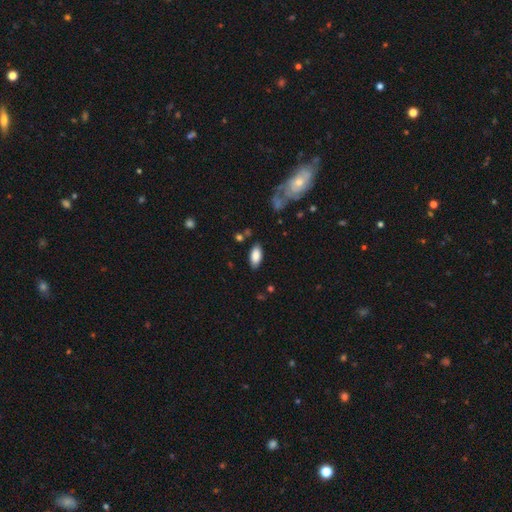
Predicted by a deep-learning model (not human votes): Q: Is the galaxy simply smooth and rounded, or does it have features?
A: smooth — 86%.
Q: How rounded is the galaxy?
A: in between — 92%.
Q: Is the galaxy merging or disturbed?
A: none — 84%.